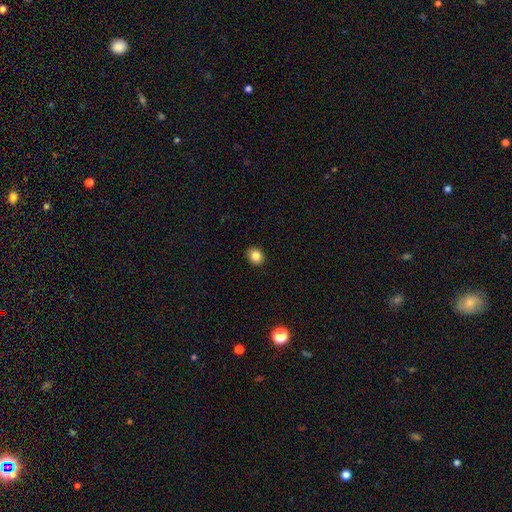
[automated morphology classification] Smooth or featured?
  - smooth: 85% *
  - star or artifact: 10%
  - featured or disk: 6%
How rounded?
  - round: 67% *
  - in between: 32%
  - cigar-shaped: 1%
Merging?
  - none: 91% *
  - minor disturbance: 6%
  - major disturbance: 2%
  - merger: 1%